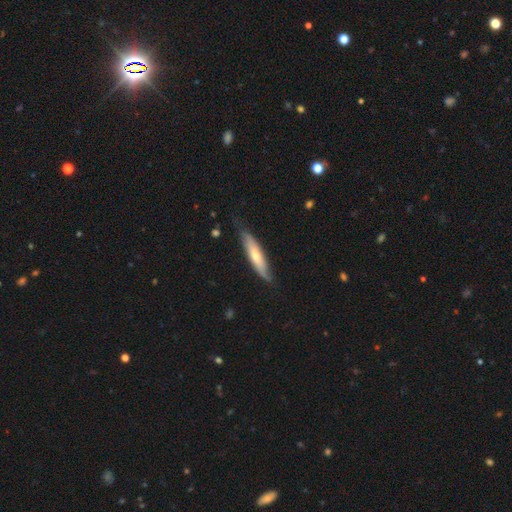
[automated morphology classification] Smooth or featured? Predicted: featured or disk (p=0.49). Merging? Predicted: none (p=0.76).